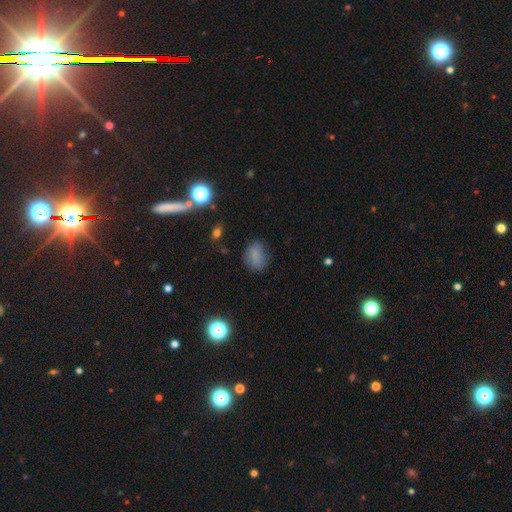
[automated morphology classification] Smooth or featured?
  - smooth: 76% *
  - star or artifact: 14%
  - featured or disk: 10%
How rounded?
  - in between: 70% *
  - round: 28%
  - cigar-shaped: 2%
Merging?
  - none: 67% *
  - minor disturbance: 23%
  - major disturbance: 8%
  - merger: 2%